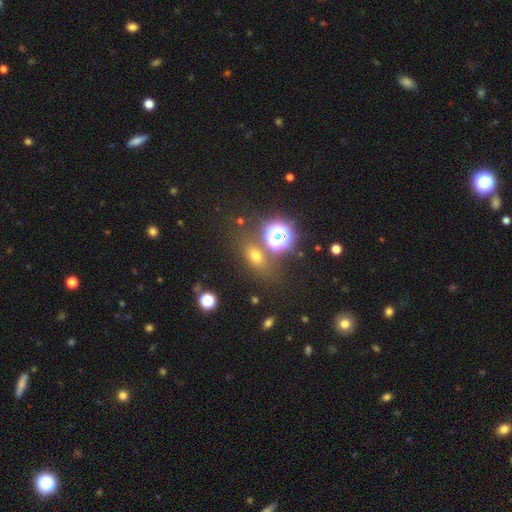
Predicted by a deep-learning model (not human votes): Smooth or featured: smooth — 54% (star or artifact — 34%)
How rounded: in between — 54% (round — 38%)
Merging: none — 74% (minor disturbance — 12%)